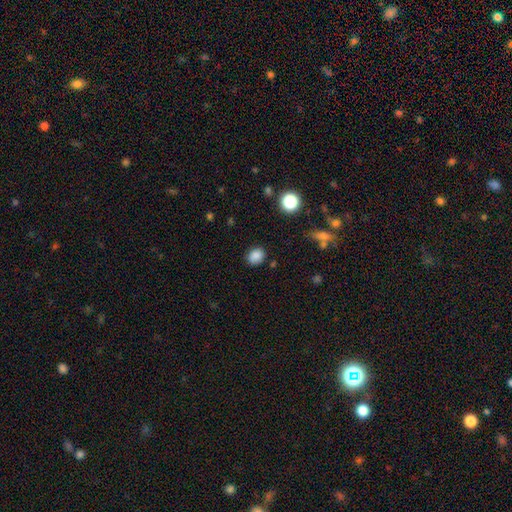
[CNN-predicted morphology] This appears to be a smooth galaxy with no disk features (84%) that is round (53%). Merging: none (81%).